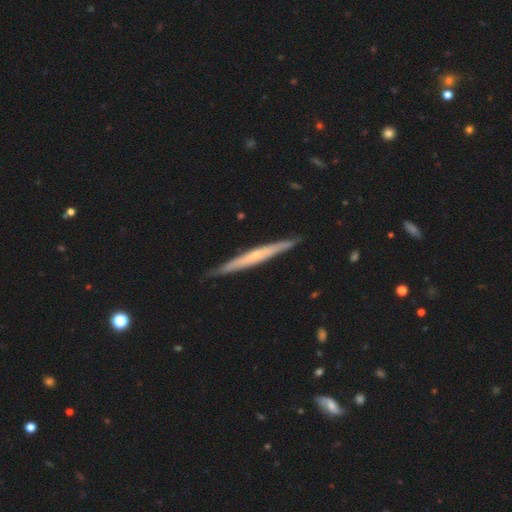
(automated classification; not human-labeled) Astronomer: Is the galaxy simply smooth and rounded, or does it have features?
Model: featured or disk — 64%.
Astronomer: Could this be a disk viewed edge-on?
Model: yes — 95%.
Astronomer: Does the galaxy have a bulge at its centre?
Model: none — 49% (runner-up: rounded, 46%).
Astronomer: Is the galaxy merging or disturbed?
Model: none — 88%.